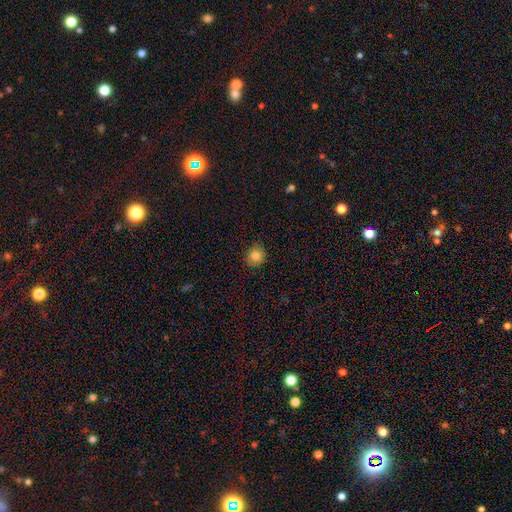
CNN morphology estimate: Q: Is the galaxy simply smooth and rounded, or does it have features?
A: smooth — 83%.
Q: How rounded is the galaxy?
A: round — 81%.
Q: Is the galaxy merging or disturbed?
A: none — 89%.